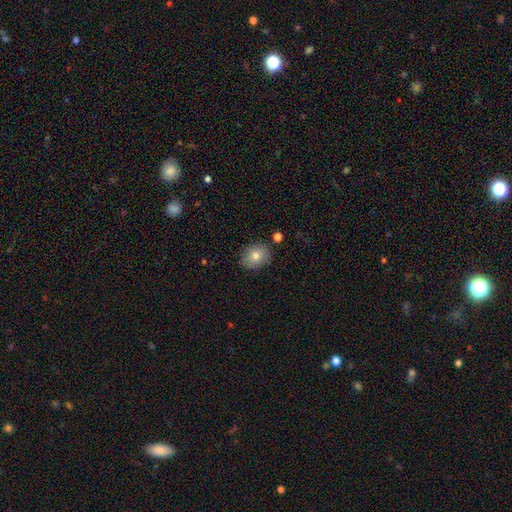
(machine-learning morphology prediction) Smooth or featured? Predicted: smooth (p=0.79). How rounded? Predicted: round (p=0.51). Merging? Predicted: none (p=0.85).